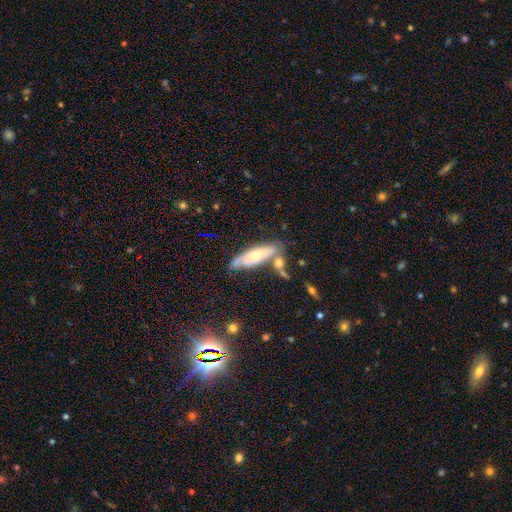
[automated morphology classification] Q: Smooth or featured?
A: featured or disk (47%); runner-up: smooth (46%)
Q: Merging?
A: none (54%); runner-up: minor disturbance (21%)